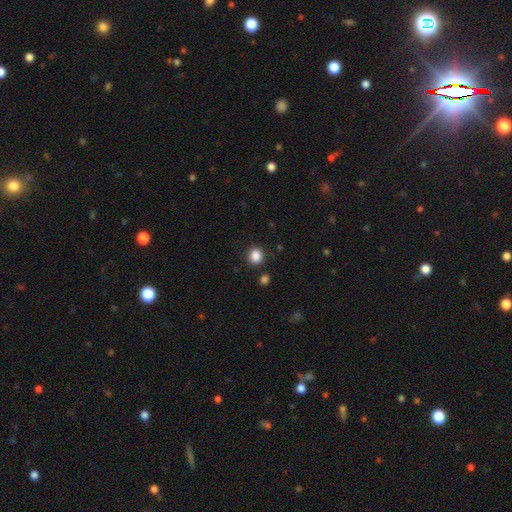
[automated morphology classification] The model was most divided on "how rounded": round: 70%, in between: 29%, cigar-shaped: 1%. More confident: smooth or featured — smooth (87%); merging — none (86%).